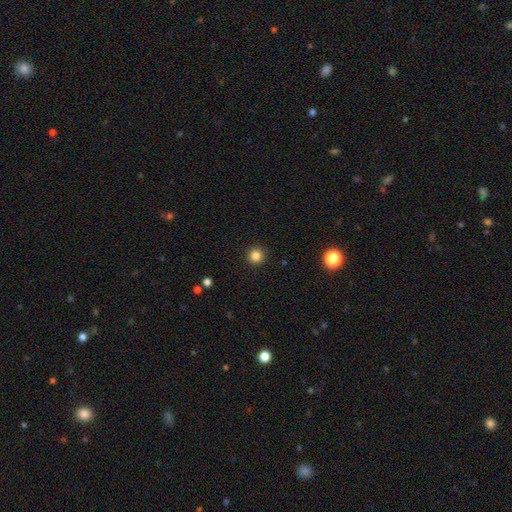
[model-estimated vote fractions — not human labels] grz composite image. It shows a smooth galaxy with no disk features (84%) that is round (95%). Merging: none (93%).